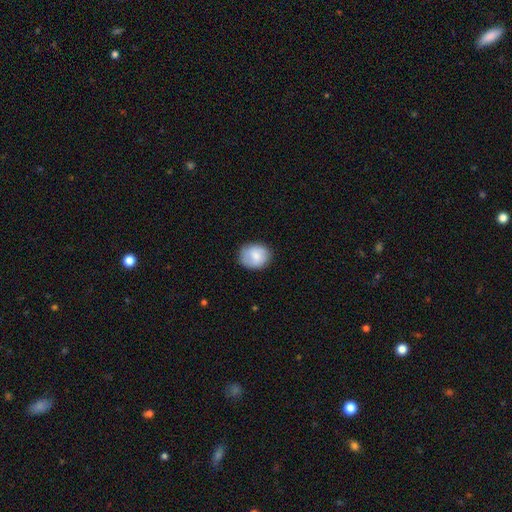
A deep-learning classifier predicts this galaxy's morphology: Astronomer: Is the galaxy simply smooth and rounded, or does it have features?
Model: smooth — 77%.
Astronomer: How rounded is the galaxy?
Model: round — 64%.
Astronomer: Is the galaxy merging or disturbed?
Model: none — 78%.